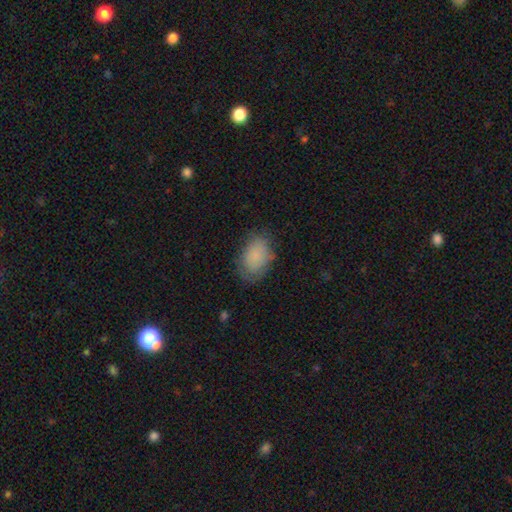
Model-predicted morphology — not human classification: A smooth galaxy with no disk features (83%) that is in between round and cigar-shaped (82%). Merging: none (69%).